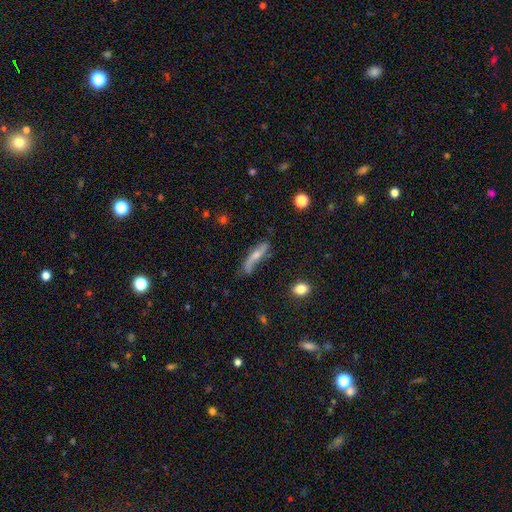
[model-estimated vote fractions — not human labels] The model was most divided on "smooth or featured": featured or disk: 53%, smooth: 40%, star or artifact: 7%. More confident: edge-on disk — no (59%); merging — none (51%).